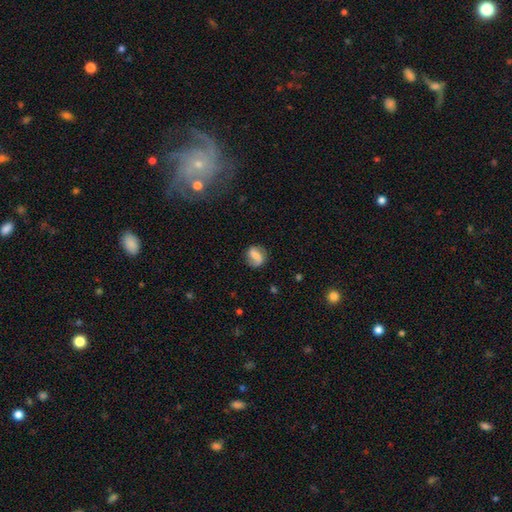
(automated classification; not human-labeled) Smooth or featured? featured or disk (49%)
Merging? none (74%)